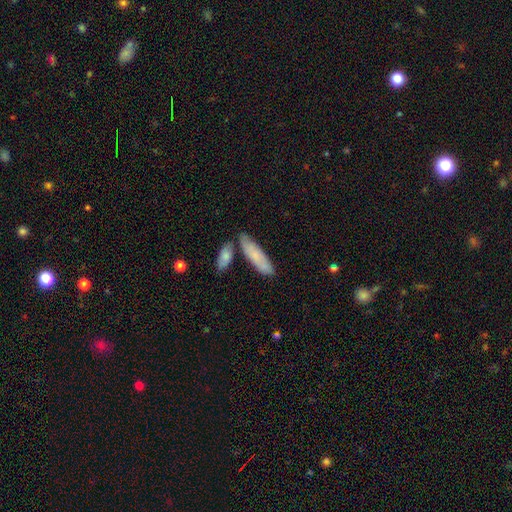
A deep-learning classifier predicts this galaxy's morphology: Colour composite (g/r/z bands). It shows a smooth galaxy with no disk features (73%) that is cigar-shaped (57%). Merging: none (68%).